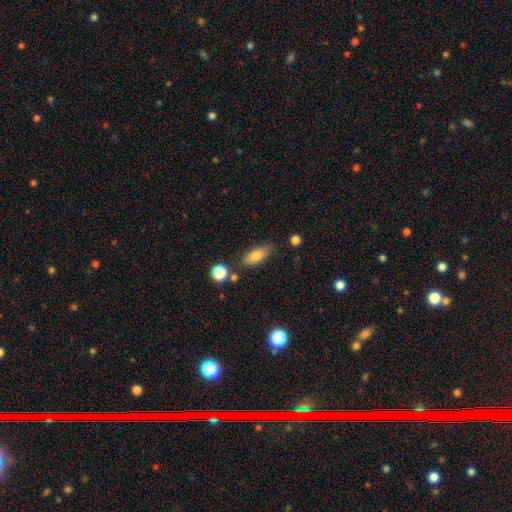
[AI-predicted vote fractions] smooth-or-featured: smooth: 79% | featured or disk: 12% | star or artifact: 9%
  how-rounded: in between: 77% | cigar-shaped: 19% | round: 4%
  merging: none: 78% | minor disturbance: 14% | merger: 5% | major disturbance: 4%